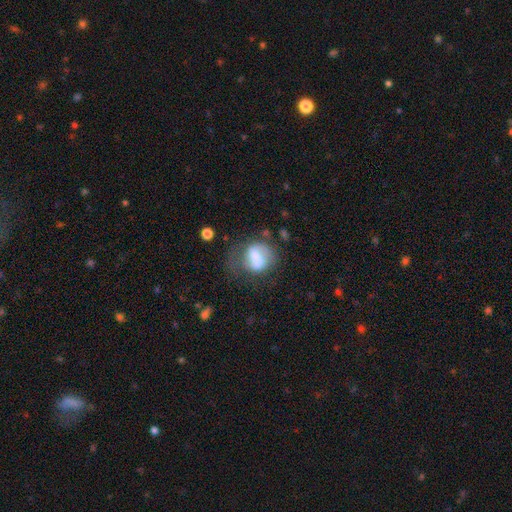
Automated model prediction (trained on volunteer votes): A smooth galaxy with no disk features (58%) that is round (54%).

Vote fractions:
- Smooth or featured? smooth: 58% / featured or disk: 33% / star or artifact: 9%
- How rounded? round: 54% / in between: 44% / cigar-shaped: 2%
- Merging? none: 34% / major disturbance: 33% / minor disturbance: 26% / merger: 7%